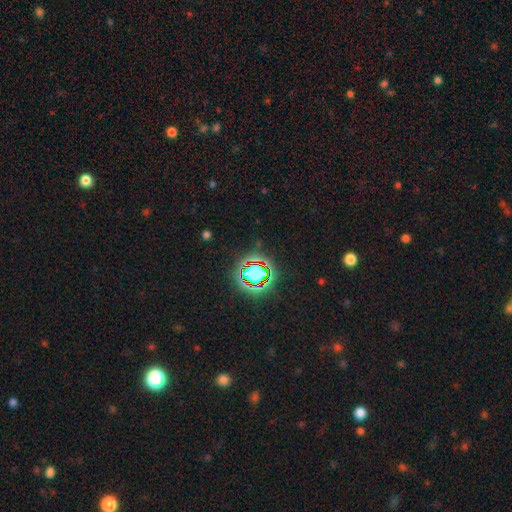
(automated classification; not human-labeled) Morphology: type=star or artifact (80%).